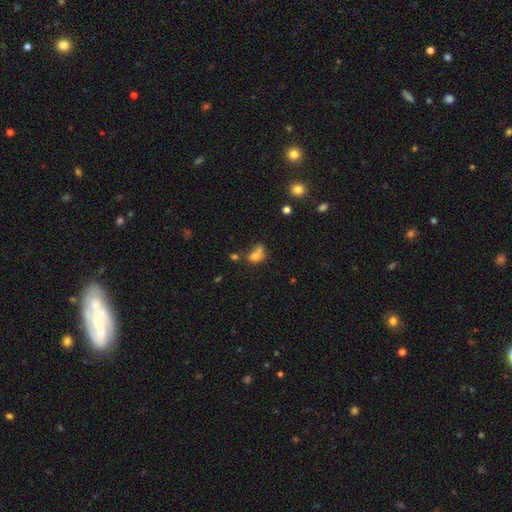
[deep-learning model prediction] Q: Smooth or featured?
A: smooth (72%); runner-up: featured or disk (15%)
Q: How rounded?
A: in between (56%); runner-up: round (43%)
Q: Merging?
A: merger (47%); runner-up: none (30%)